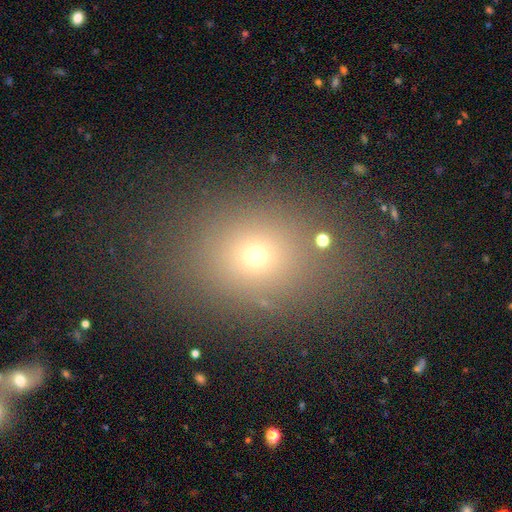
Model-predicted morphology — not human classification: type=smooth (67%); roundness=round (60%); merging=none (77%).